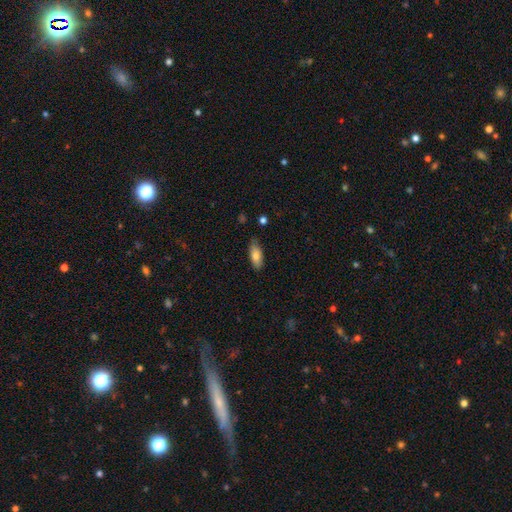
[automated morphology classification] This is likely a smooth galaxy (79%). How rounded: likely in between (77%). Merging: clearly none (81%).